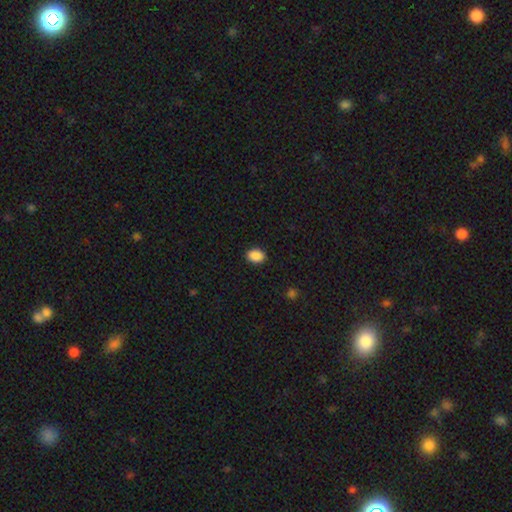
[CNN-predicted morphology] smooth-or-featured: smooth: 89% | star or artifact: 8% | featured or disk: 3%
  how-rounded: in between: 79% | round: 20% | cigar-shaped: 1%
  merging: none: 90% | minor disturbance: 8% | major disturbance: 2% | merger: 1%